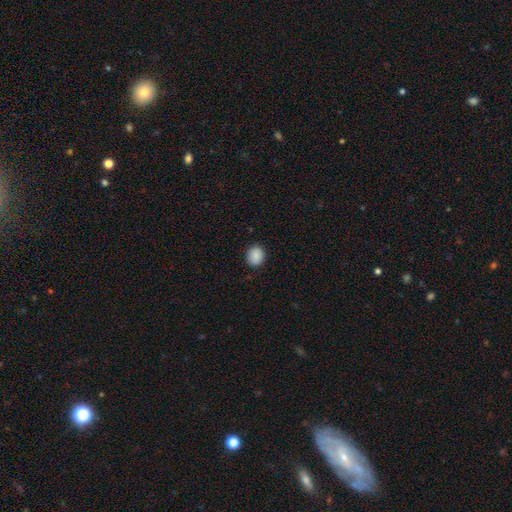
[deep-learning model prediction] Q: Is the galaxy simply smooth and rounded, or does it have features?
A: smooth — 89%.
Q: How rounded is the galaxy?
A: round — 74%.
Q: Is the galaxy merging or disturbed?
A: none — 89%.